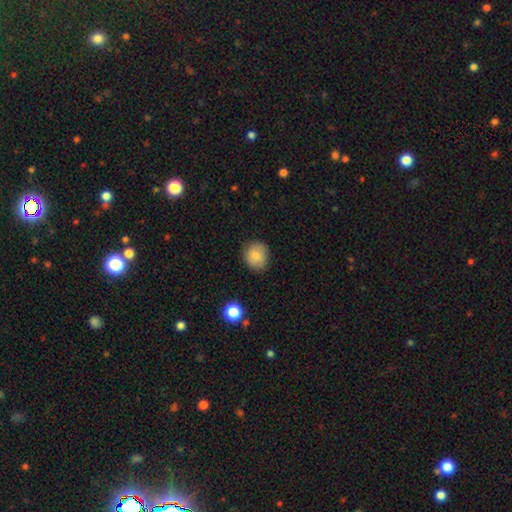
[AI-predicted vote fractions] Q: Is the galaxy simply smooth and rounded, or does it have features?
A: smooth — 82%.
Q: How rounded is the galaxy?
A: round — 82%.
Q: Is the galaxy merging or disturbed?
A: none — 82%.